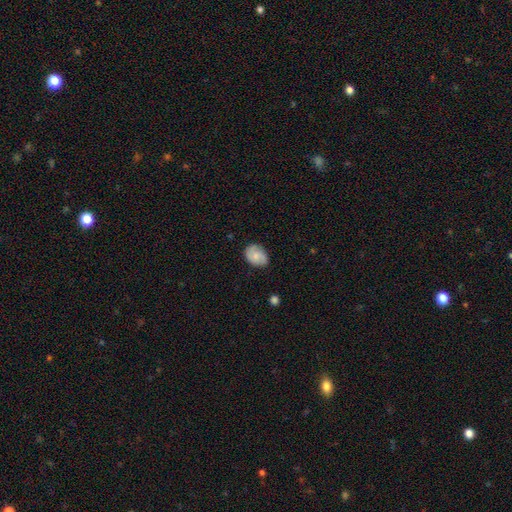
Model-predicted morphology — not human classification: Q: Smooth or featured?
A: smooth (61%); runner-up: featured or disk (31%)
Q: How rounded?
A: in between (69%); runner-up: round (30%)
Q: Merging?
A: none (69%); runner-up: minor disturbance (24%)